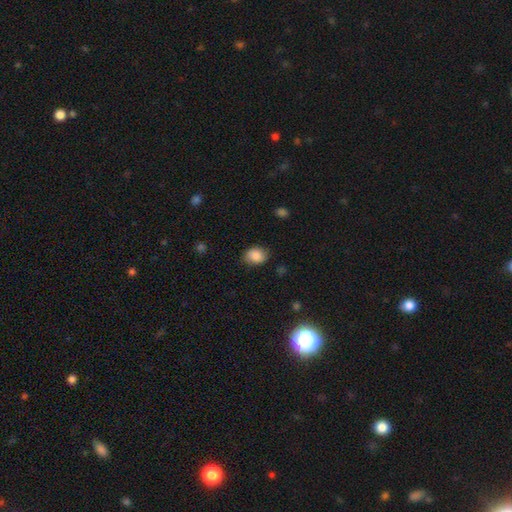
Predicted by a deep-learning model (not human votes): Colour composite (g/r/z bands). It shows a smooth galaxy with no disk features (86%) that is in between round and cigar-shaped (59%). Merging: none (74%).